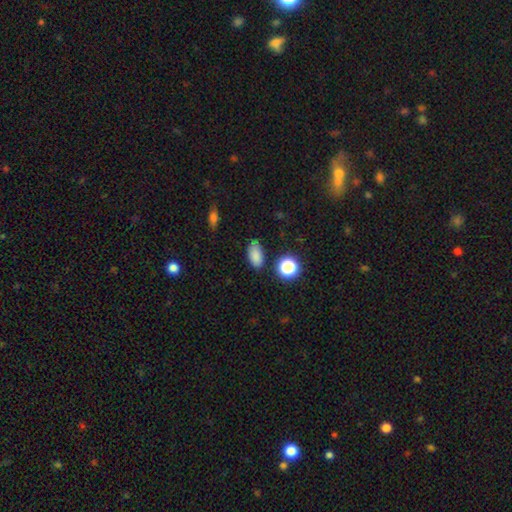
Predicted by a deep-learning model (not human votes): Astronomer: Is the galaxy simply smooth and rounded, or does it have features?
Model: smooth — 82%.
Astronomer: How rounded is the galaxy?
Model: in between — 88%.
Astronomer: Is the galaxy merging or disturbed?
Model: none — 74%.